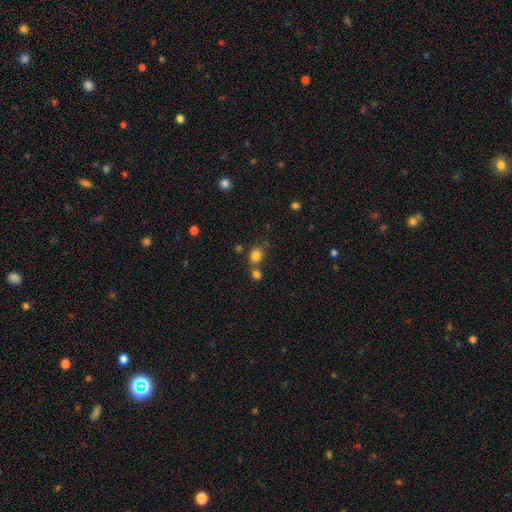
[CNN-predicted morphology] Smooth or featured? smooth (81%)
How rounded? round (64%)
Merging? none (59%)